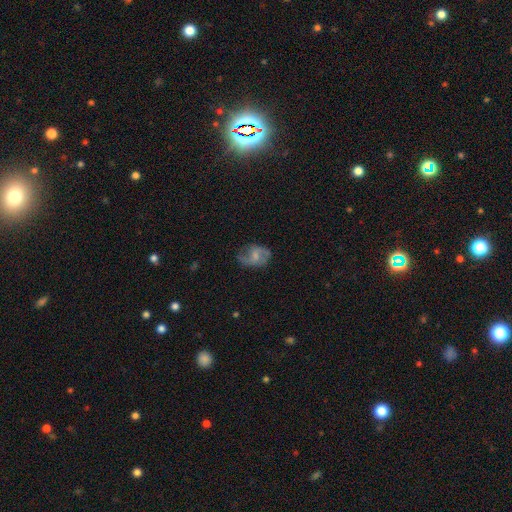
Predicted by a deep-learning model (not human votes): A featured or disk galaxy (62%) with a weak bar (48%), 2 (80%) loose (48%) spiral arms (84%) and a small central bulge (39%).

Vote fractions:
- Smooth or featured? featured or disk: 62% / smooth: 30% / star or artifact: 8%
- Edge-on disk? no: 97% / yes: 3%
- Bar? weak: 48% / no: 42% / strong: 10%
- Spiral arms? yes: 84% / no: 16%
- Spiral winding? loose: 48% / medium: 40% / tight: 12%
- Spiral arm count? 2: 80% / can't tell: 10% / 1: 5% / 3: 3% / 4: 1% / more than 4: 1%
- Bulge size? small: 39% / moderate: 32% / none: 24% / large: 4% / dominant: 1%
- Merging? none: 62% / minor disturbance: 23% / major disturbance: 13% / merger: 2%